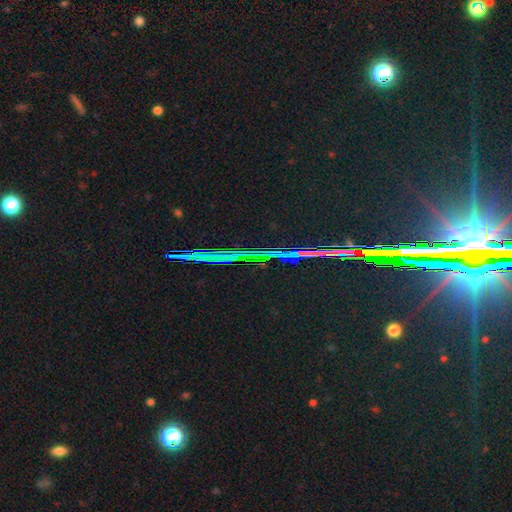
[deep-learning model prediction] A star or artifact, not a galaxy (83%).

Vote fractions:
- Smooth or featured? star or artifact: 83% / featured or disk: 10% / smooth: 6%